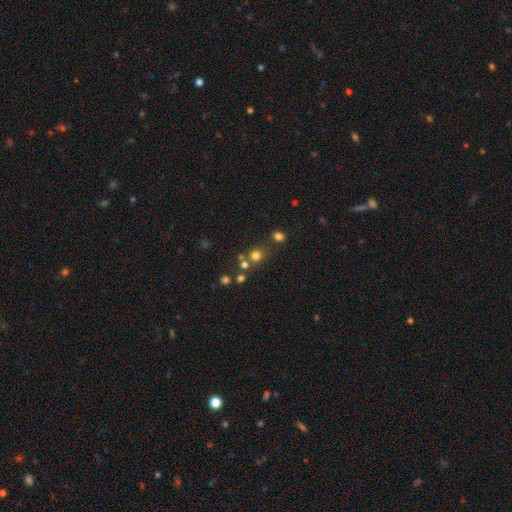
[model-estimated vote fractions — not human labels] Overall: smooth (71%). How rounded: round (85%). Merging: none (67%).